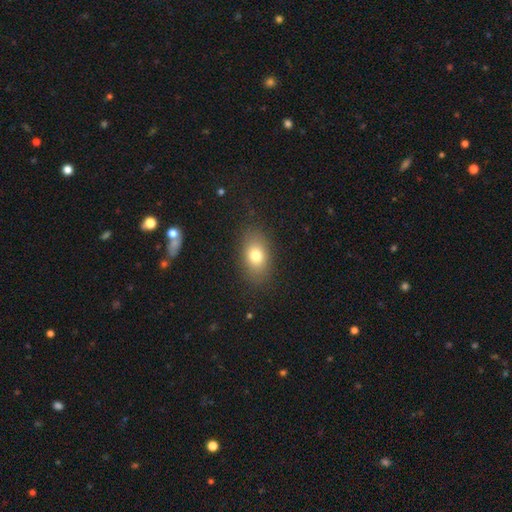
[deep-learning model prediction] Morphology: type=smooth (77%); roundness=in between (78%); merging=none (84%).